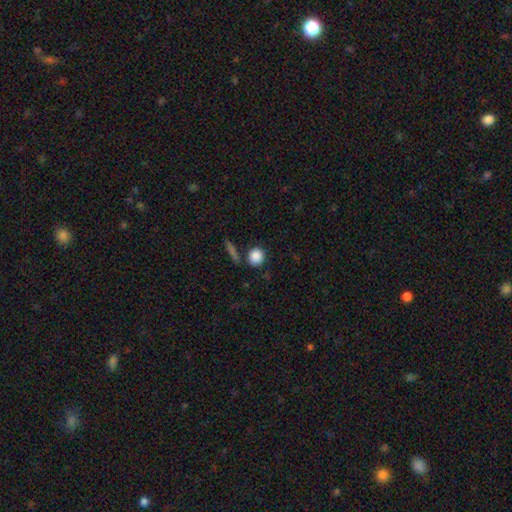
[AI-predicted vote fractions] smooth-or-featured: smooth: 87% | star or artifact: 9% | featured or disk: 4%
  how-rounded: round: 86% | in between: 12% | cigar-shaped: 2%
  merging: none: 79% | minor disturbance: 10% | merger: 8% | major disturbance: 3%